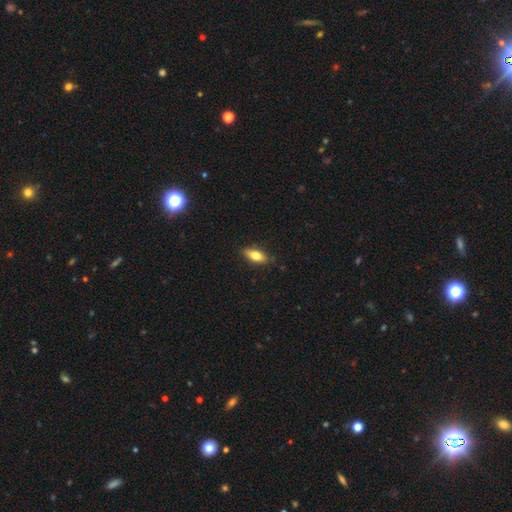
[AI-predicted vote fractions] smooth_or_featured: smooth (p=0.73) [alt: featured or disk p=0.20]
how_rounded: in between (p=0.78) [alt: cigar-shaped p=0.19]
merging: none (p=0.85) [alt: minor disturbance p=0.12]